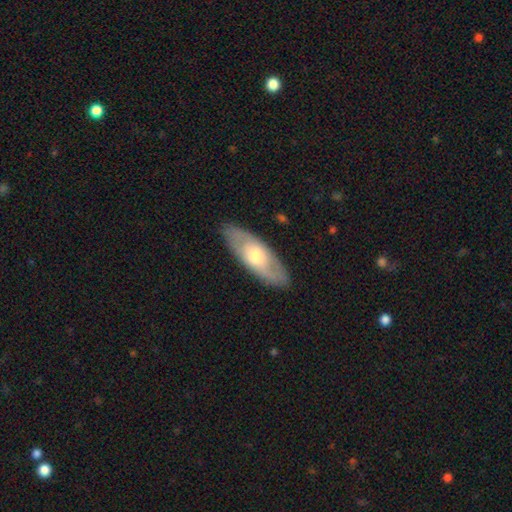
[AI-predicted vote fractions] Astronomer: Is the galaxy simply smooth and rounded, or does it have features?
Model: featured or disk — 50% (runner-up: smooth, 45%).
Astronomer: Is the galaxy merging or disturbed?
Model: none — 86%.